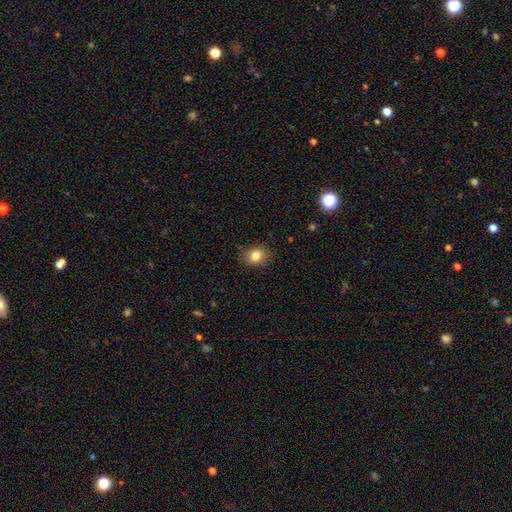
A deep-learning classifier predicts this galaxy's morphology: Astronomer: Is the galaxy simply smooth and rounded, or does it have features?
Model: smooth — 82%.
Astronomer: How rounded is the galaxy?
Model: round — 55% (runner-up: in between, 44%).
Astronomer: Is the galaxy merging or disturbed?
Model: none — 86%.